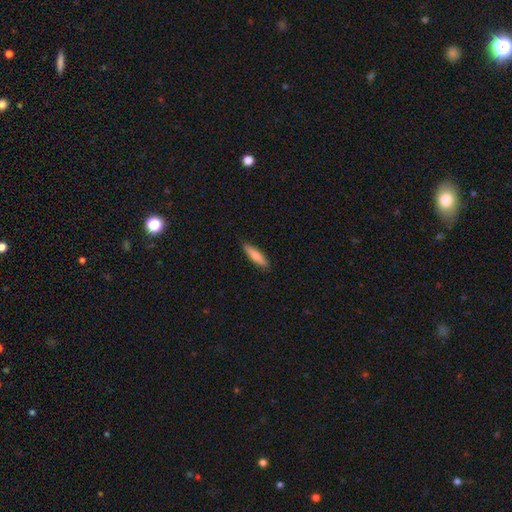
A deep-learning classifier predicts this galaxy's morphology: type=smooth (75%); roundness=cigar-shaped (77%); merging=none (89%).